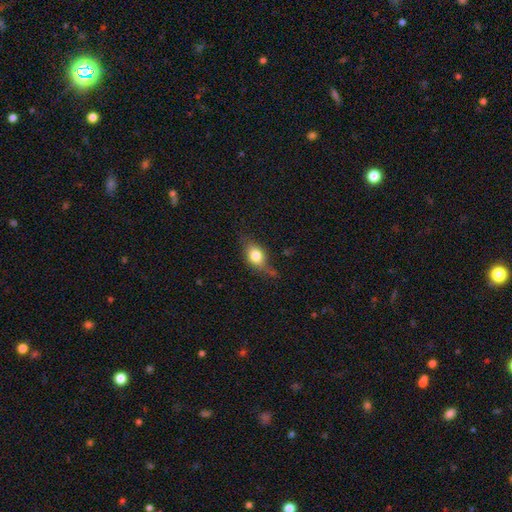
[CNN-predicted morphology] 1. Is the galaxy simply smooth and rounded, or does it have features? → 75% smooth, 17% featured or disk, 8% star or artifact.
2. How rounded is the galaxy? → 72% in between, 23% round, 5% cigar-shaped.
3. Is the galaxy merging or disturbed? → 57% none, 29% minor disturbance, 10% major disturbance, 3% merger.